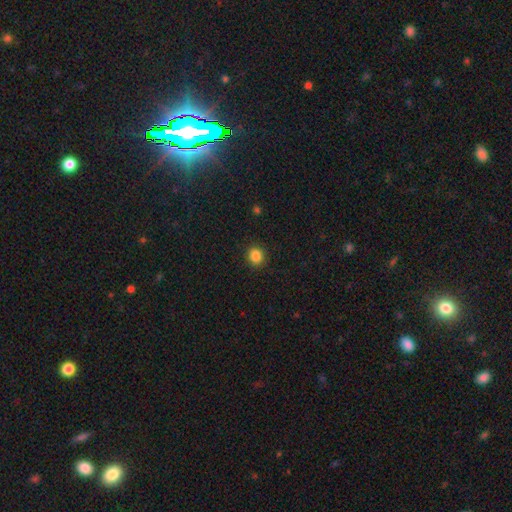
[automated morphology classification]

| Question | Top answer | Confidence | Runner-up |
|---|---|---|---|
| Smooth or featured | smooth | 86% | star or artifact (11%) |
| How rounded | round | 82% | in between (17%) |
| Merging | none | 91% | minor disturbance (6%) |